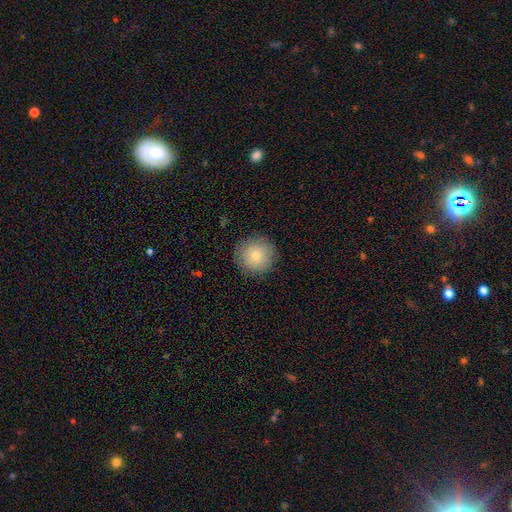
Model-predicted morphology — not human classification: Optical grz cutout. It shows a smooth galaxy with no disk features (84%) that is round (95%). Merging: none (89%).